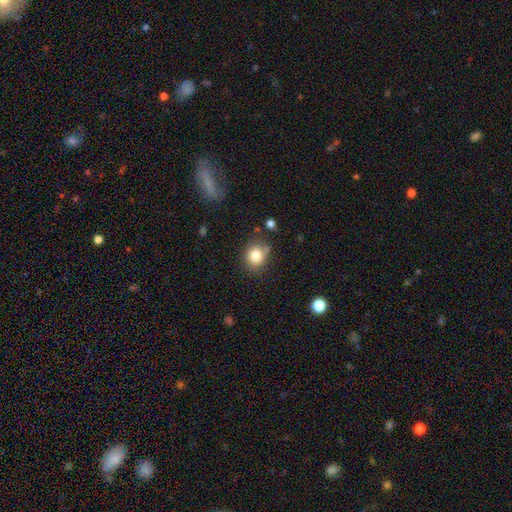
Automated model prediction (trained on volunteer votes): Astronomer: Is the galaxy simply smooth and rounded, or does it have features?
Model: smooth — 82%.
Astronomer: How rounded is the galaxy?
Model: round — 71%.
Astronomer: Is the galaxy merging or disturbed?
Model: none — 73%.